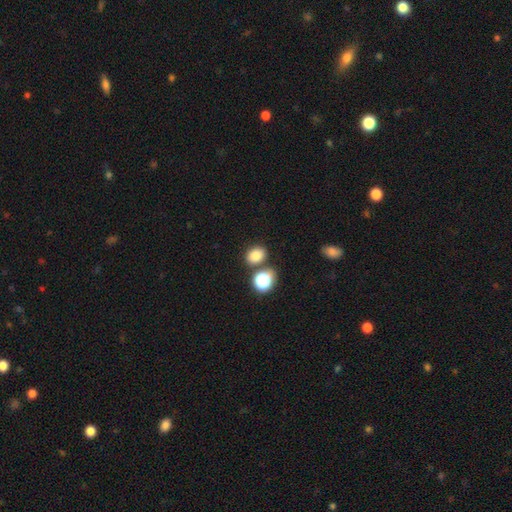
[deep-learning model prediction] Smooth or featured?
  - smooth: 80% *
  - star or artifact: 14%
  - featured or disk: 6%
How rounded?
  - in between: 54% *
  - round: 45%
  - cigar-shaped: 1%
Merging?
  - none: 72% *
  - merger: 14%
  - minor disturbance: 10%
  - major disturbance: 3%